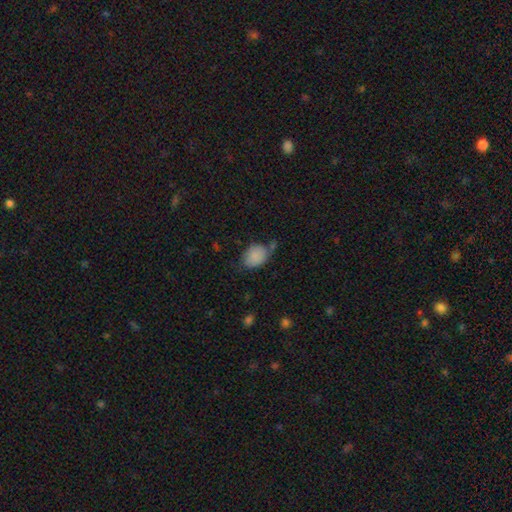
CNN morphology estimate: Smooth or featured?
  - smooth: 84% *
  - featured or disk: 8%
  - star or artifact: 8%
How rounded?
  - in between: 69% *
  - round: 30%
  - cigar-shaped: 1%
Merging?
  - none: 51% *
  - minor disturbance: 32%
  - major disturbance: 9%
  - merger: 8%